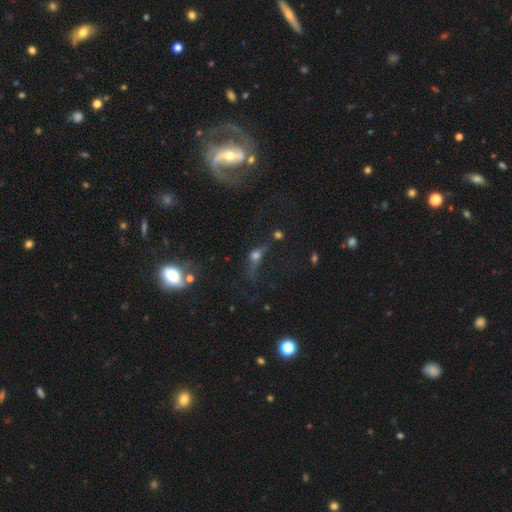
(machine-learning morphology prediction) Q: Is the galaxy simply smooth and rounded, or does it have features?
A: smooth — 37%, tied with featured or disk.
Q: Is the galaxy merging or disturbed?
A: none — 38%.